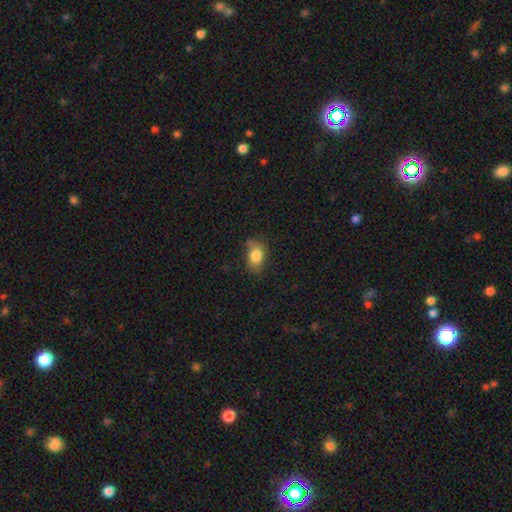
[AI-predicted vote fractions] smooth_or_featured: smooth (p=0.82) [alt: featured or disk p=0.09]
how_rounded: in between (p=0.79) [alt: round p=0.19]
merging: none (p=0.64) [alt: minor disturbance p=0.24]